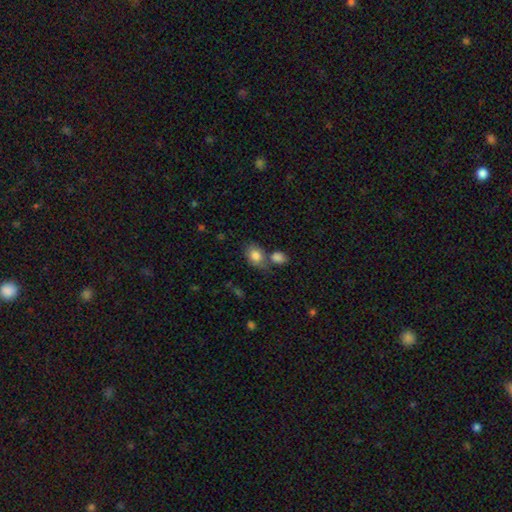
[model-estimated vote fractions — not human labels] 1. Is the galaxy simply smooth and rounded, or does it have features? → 83% smooth, 9% featured or disk, 8% star or artifact.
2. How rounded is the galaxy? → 69% in between, 30% round, 1% cigar-shaped.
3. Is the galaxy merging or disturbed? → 49% none, 32% merger, 14% minor disturbance, 5% major disturbance.